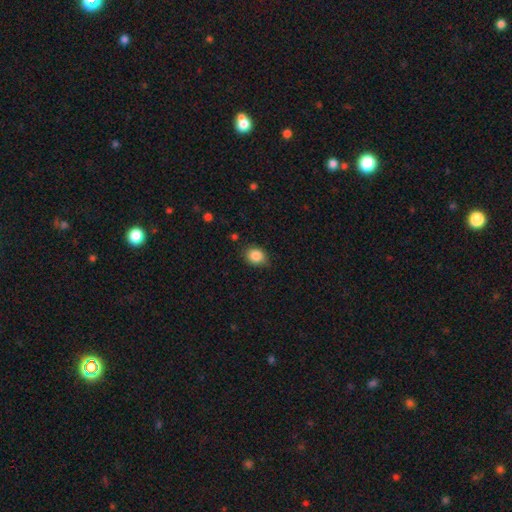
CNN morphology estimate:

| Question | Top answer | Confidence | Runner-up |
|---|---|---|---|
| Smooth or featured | smooth | 86% | star or artifact (9%) |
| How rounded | round | 53% | in between (46%) |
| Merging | none | 78% | minor disturbance (18%) |